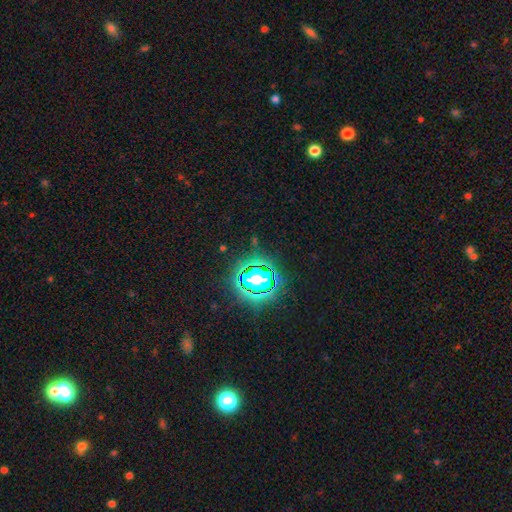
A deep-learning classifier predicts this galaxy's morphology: Overall: star or artifact (71%).